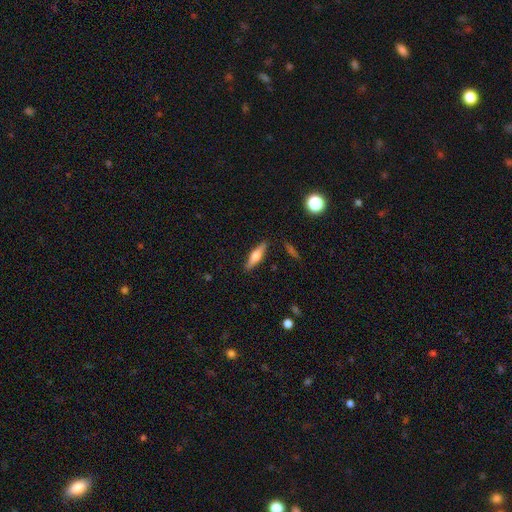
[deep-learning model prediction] featured or disk 49%, smooth 44%, star or artifact 6%. Down the decision tree: merging — none (88%).